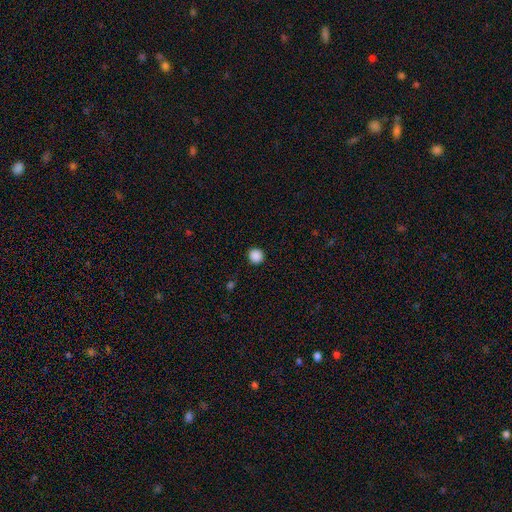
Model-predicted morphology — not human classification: smooth 88%, star or artifact 9%, featured or disk 2%. Down the decision tree: how rounded — round (94%); merging — none (92%).